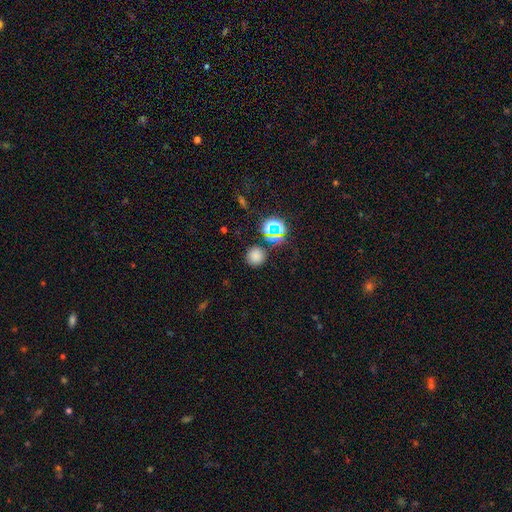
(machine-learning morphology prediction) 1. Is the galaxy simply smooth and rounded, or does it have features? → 71% smooth, 23% star or artifact, 6% featured or disk.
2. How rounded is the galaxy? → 93% round, 6% in between, 1% cigar-shaped.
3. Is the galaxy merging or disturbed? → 84% none, 8% minor disturbance, 4% merger, 3% major disturbance.